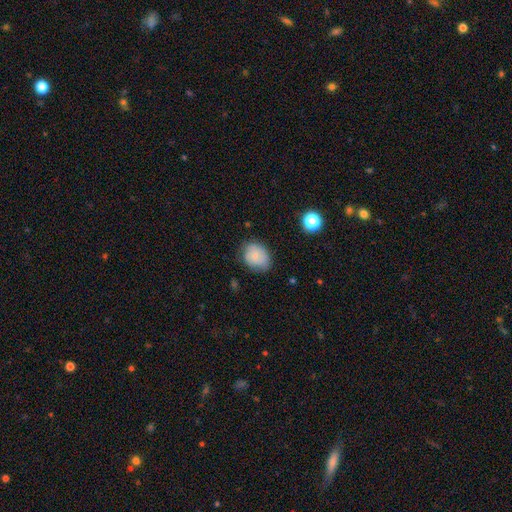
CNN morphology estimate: smooth-or-featured: smooth: 78% | featured or disk: 13% | star or artifact: 9%
  how-rounded: in between: 51% | round: 48% | cigar-shaped: 1%
  merging: none: 71% | minor disturbance: 23% | major disturbance: 5% | merger: 1%